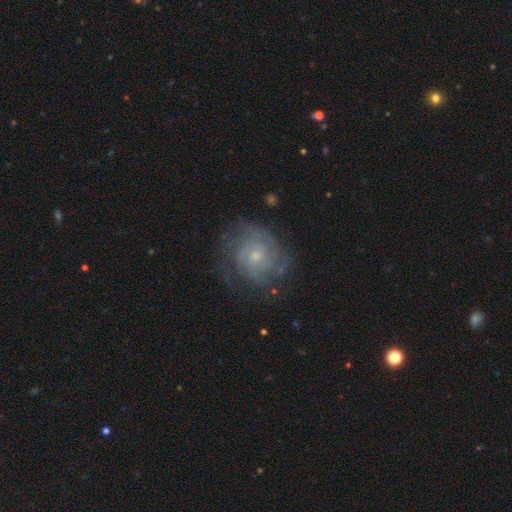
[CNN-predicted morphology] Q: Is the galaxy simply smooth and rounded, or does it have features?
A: featured or disk — 78%.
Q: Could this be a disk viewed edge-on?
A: no — 98%.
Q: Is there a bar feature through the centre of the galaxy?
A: no — 70%.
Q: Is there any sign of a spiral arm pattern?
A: yes — 90%.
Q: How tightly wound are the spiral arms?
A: tight — 64%.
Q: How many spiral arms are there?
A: can't tell — 44%.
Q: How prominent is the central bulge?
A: small — 62%.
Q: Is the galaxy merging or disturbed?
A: none — 71%.